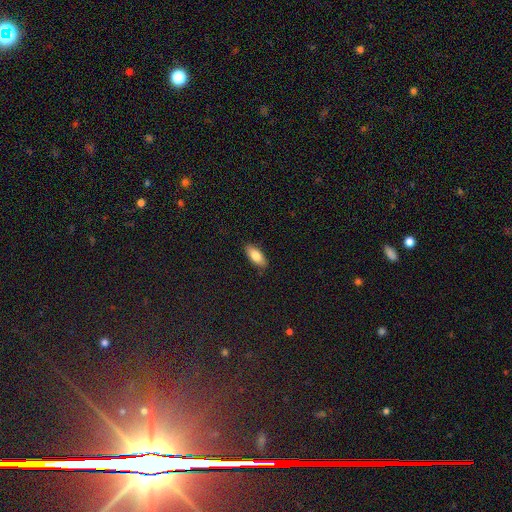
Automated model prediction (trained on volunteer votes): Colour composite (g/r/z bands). It shows a smooth galaxy with no disk features (81%) that is in between round and cigar-shaped (81%). Merging: none (88%).